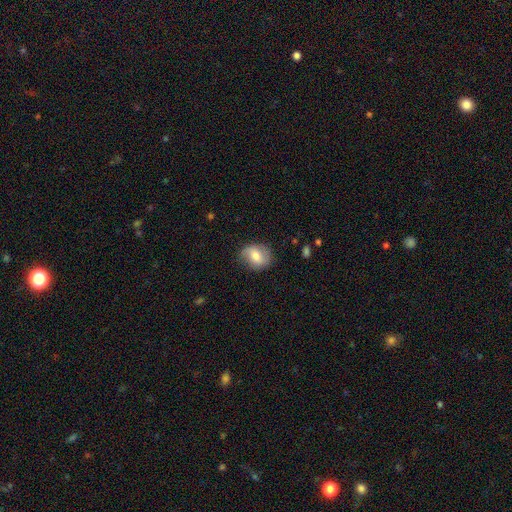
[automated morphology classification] Overall: smooth (61%; featured or disk 31%). How rounded: round (50%; in between 49%). Merging: none (75%).